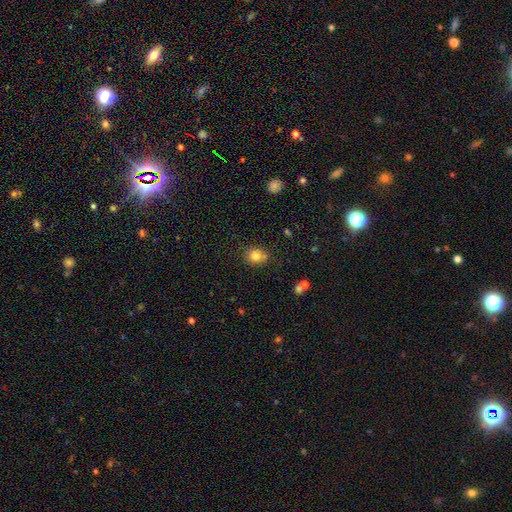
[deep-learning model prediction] Smooth or featured? smooth (81%)
How rounded? round (68%)
Merging? none (68%)